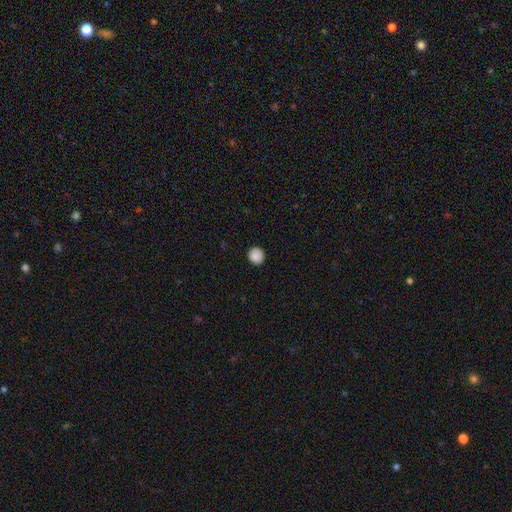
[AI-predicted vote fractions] Smooth or featured? Predicted: smooth (p=0.87). How rounded? Predicted: round (p=0.89). Merging? Predicted: none (p=0.90).